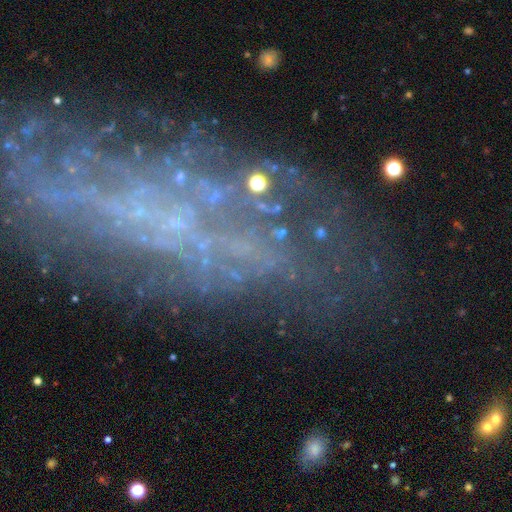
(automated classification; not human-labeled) smooth_or_featured: featured or disk (p=0.55) [alt: star or artifact p=0.30]
disk_edge_on: no (p=0.92) [alt: yes p=0.08]
bar: no (p=0.82) [alt: weak p=0.12]
has_spiral_arms: no (p=0.65) [alt: yes p=0.35]
bulge_size: none (p=0.65) [alt: small p=0.25]
merging: none (p=0.50) [alt: major disturbance p=0.25]